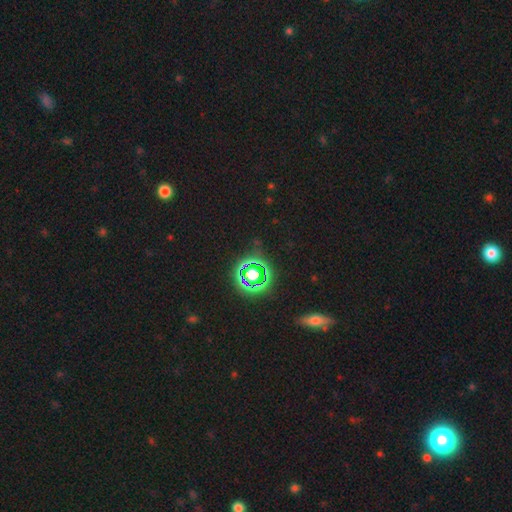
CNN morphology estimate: star or artifact 75%, smooth 17%, featured or disk 8%.